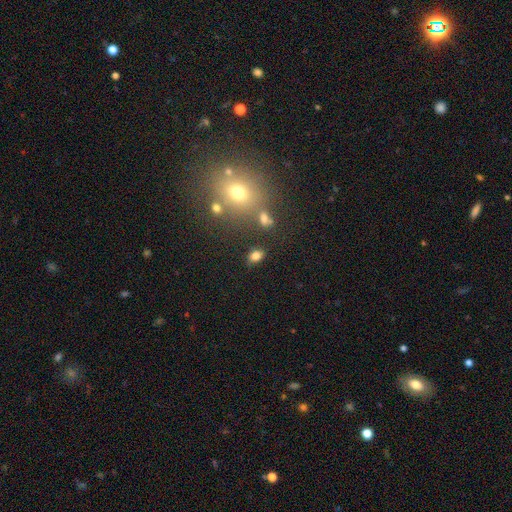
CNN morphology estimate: type=smooth (79%); roundness=in between (82%); merging=none (75%).